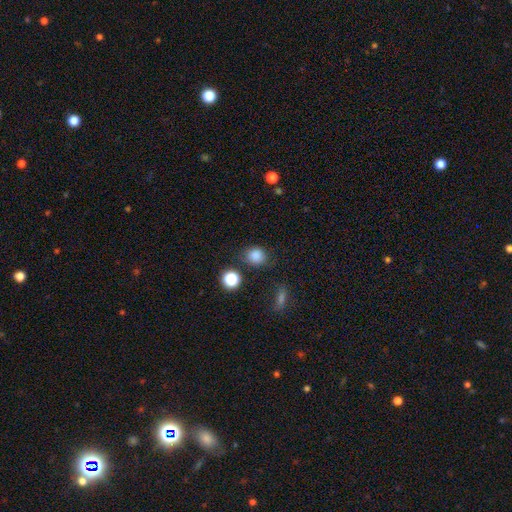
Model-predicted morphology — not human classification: smooth 83%, star or artifact 13%, featured or disk 4%. Down the decision tree: how rounded — round (75%); merging — none (77%).